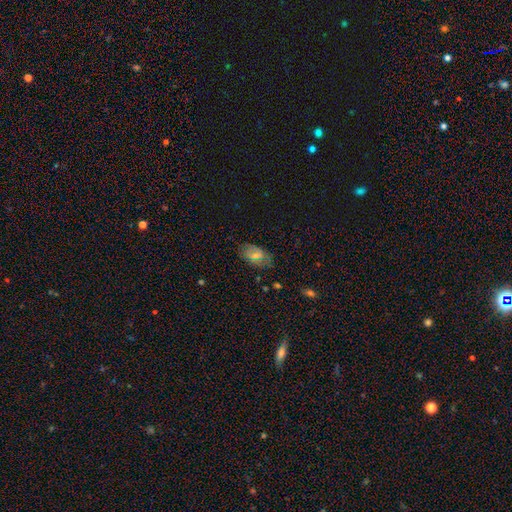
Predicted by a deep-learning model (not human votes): Smooth or featured?
  - smooth: 59% *
  - featured or disk: 30%
  - star or artifact: 11%
How rounded?
  - in between: 90% *
  - round: 7%
  - cigar-shaped: 3%
Merging?
  - none: 74% *
  - minor disturbance: 19%
  - major disturbance: 6%
  - merger: 1%